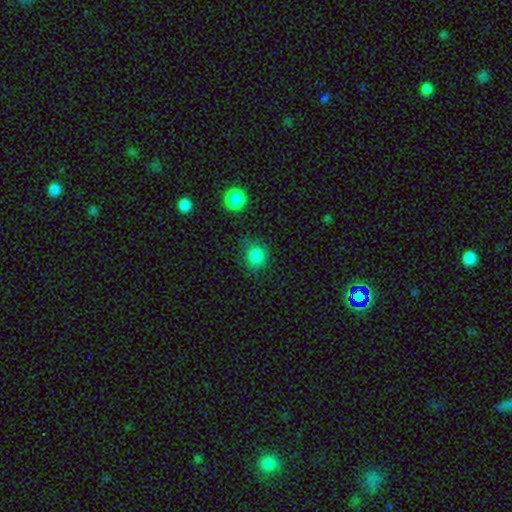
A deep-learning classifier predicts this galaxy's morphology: Smooth or featured? smooth (85%)
How rounded? round (83%)
Merging? none (78%)